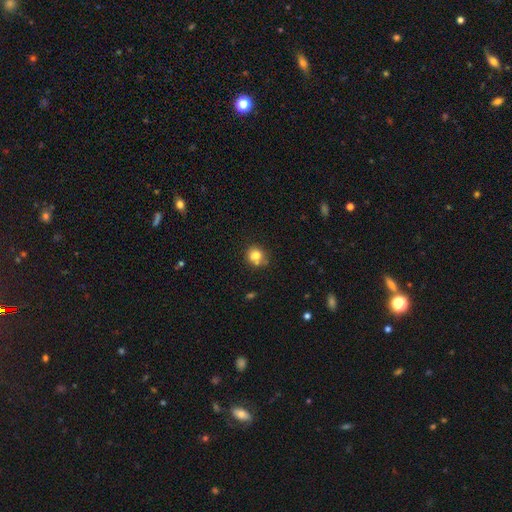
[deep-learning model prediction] A smooth galaxy with no disk features (78%) that is round (82%).

Vote fractions:
- Smooth or featured? smooth: 78% / star or artifact: 11% / featured or disk: 11%
- How rounded? round: 82% / in between: 17% / cigar-shaped: 1%
- Merging? none: 62% / merger: 18% / minor disturbance: 16% / major disturbance: 4%